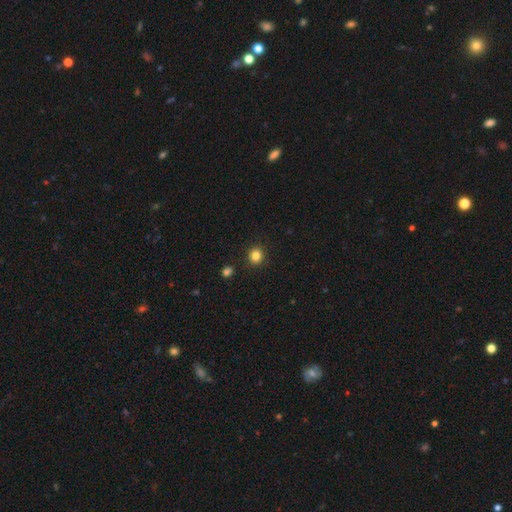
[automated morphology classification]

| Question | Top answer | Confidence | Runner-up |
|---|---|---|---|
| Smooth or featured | smooth | 83% | star or artifact (12%) |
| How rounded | round | 90% | in between (9%) |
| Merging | none | 91% | minor disturbance (5%) |